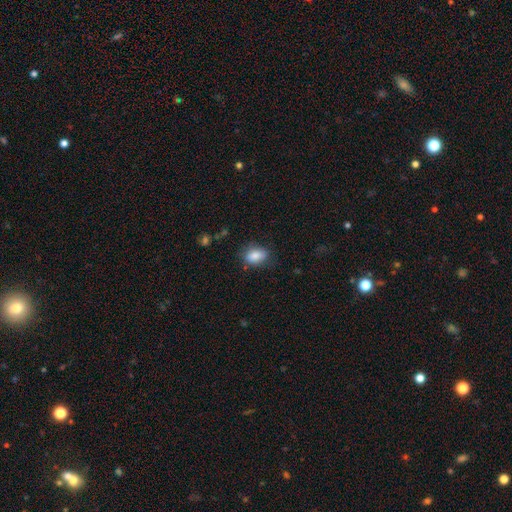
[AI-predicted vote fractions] Smooth or featured: smooth — 84% (featured or disk — 8%)
How rounded: in between — 80% (round — 18%)
Merging: none — 75% (minor disturbance — 18%)